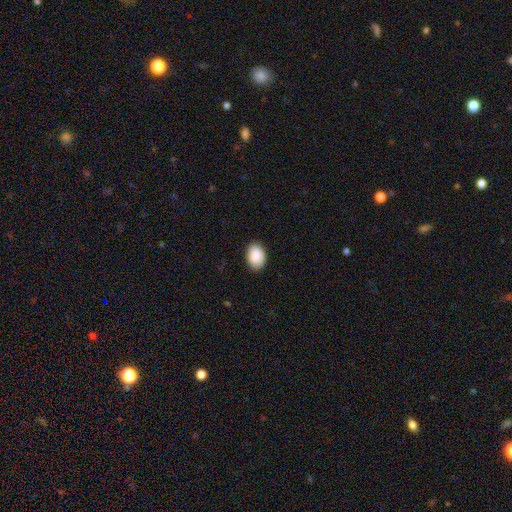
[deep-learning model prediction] Smooth or featured? Predicted: smooth (p=0.89). How rounded? Predicted: in between (p=0.84). Merging? Predicted: none (p=0.86).